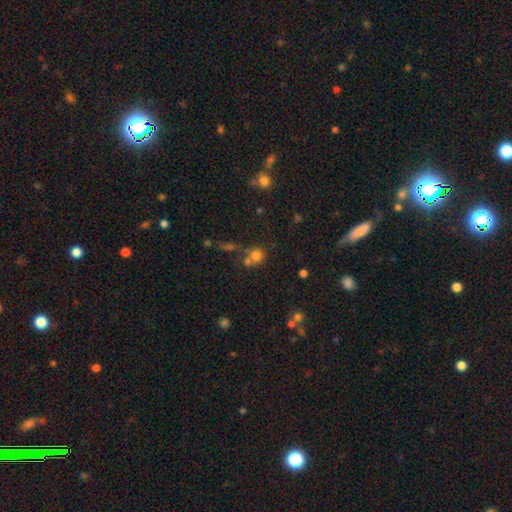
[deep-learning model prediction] Smooth or featured?
  - smooth: 72% *
  - star or artifact: 17%
  - featured or disk: 11%
How rounded?
  - round: 83% *
  - in between: 16%
  - cigar-shaped: 1%
Merging?
  - none: 46% *
  - merger: 37%
  - minor disturbance: 10%
  - major disturbance: 7%